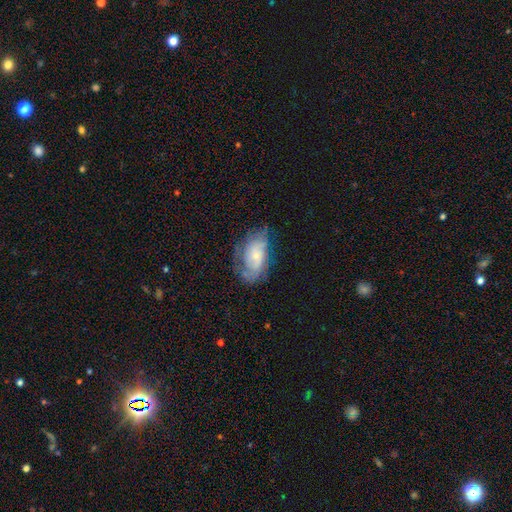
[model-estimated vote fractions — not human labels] Smooth or featured: featured or disk — 66% (smooth — 26%)
Edge-on disk: no — 95% (yes — 5%)
Bar: no — 72% (weak — 24%)
Spiral arms: yes — 83% (no — 17%)
Spiral winding: tight — 43% (medium — 38%)
Spiral arm count: 2 — 40% (can't tell — 39%)
Bulge size: small — 67% (moderate — 25%)
Merging: none — 58% (minor disturbance — 26%)